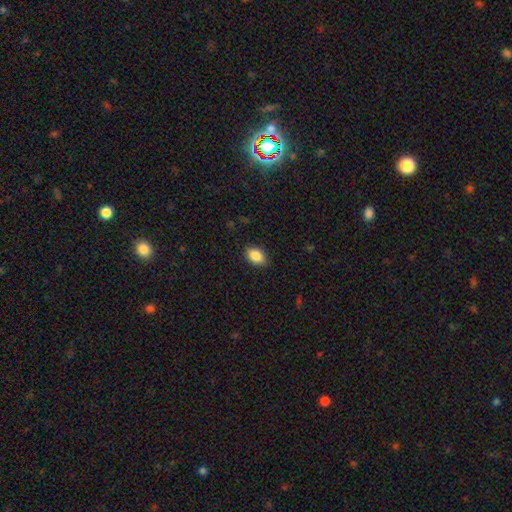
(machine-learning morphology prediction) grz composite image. It shows a smooth galaxy with no disk features (88%) that is in between round and cigar-shaped (88%). Merging: none (87%).